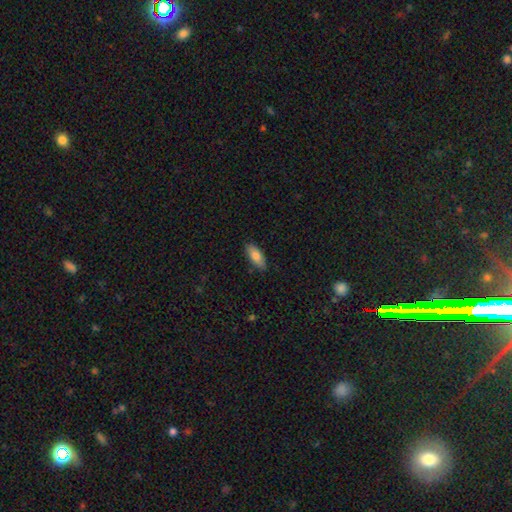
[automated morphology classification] Smooth or featured? smooth (85%)
How rounded? in between (80%)
Merging? none (85%)